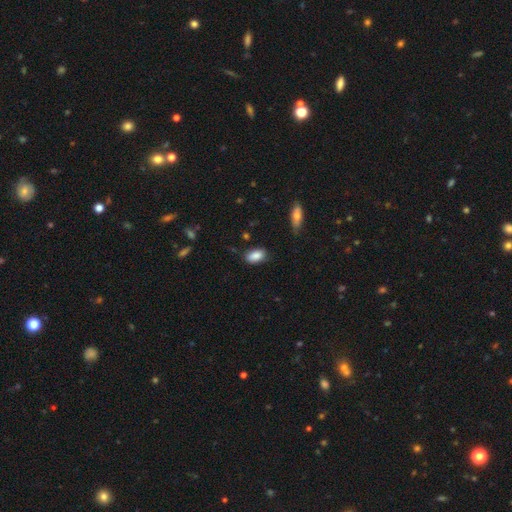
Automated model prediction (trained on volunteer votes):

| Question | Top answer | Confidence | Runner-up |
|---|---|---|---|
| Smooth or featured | smooth | 87% | star or artifact (7%) |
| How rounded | in between | 92% | round (5%) |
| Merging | none | 80% | minor disturbance (16%) |